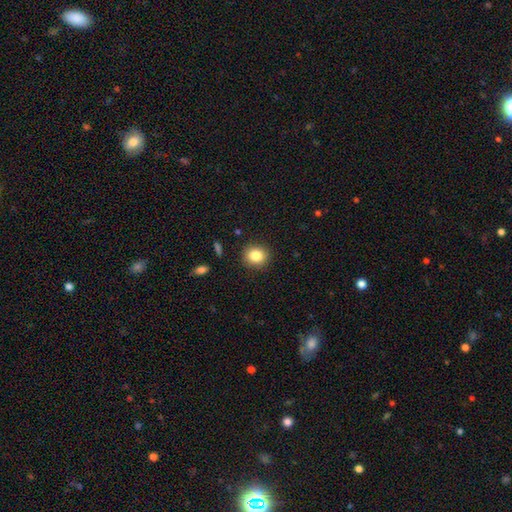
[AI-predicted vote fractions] smooth_or_featured: smooth (p=0.84) [alt: star or artifact p=0.10]
how_rounded: round (p=0.82) [alt: in between p=0.17]
merging: none (p=0.90) [alt: minor disturbance p=0.07]